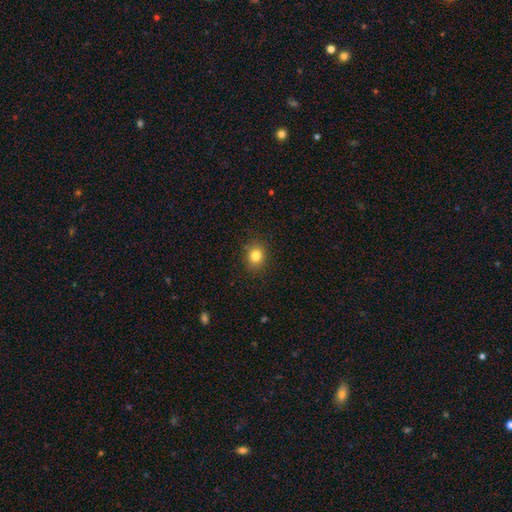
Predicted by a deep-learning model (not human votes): Morphology: type=smooth (82%); roundness=round (67%); merging=none (88%).